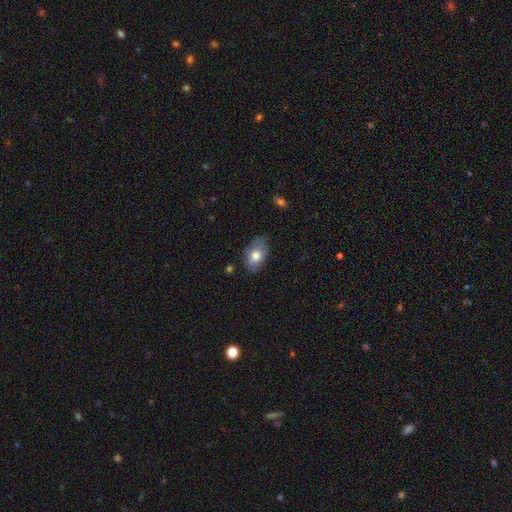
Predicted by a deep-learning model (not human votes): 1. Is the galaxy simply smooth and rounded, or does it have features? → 75% smooth, 18% featured or disk, 7% star or artifact.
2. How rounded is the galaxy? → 89% in between, 10% round, 1% cigar-shaped.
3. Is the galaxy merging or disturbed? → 71% none, 22% minor disturbance, 5% major disturbance, 2% merger.